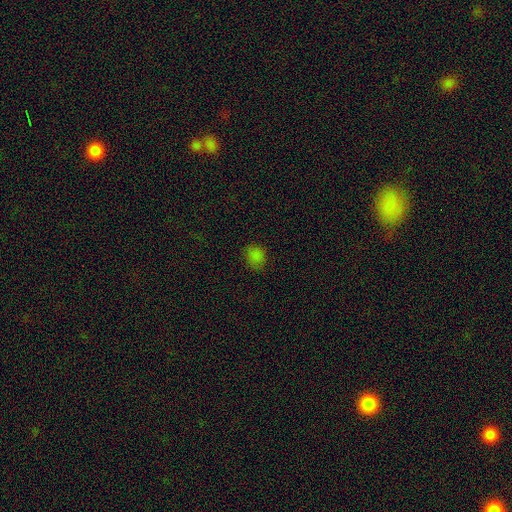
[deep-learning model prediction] This appears to be a smooth galaxy with no disk features (80%) that is round (72%). Merging: none (82%).